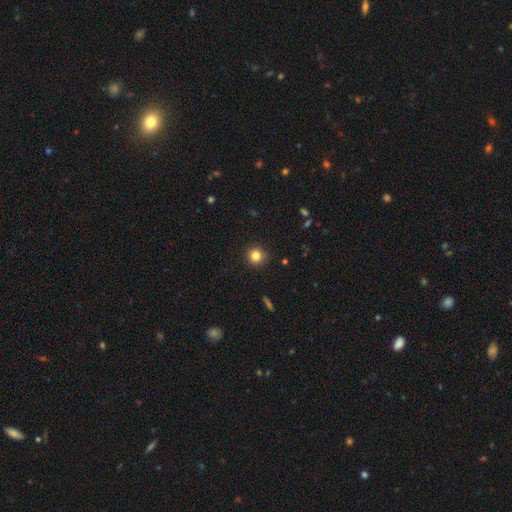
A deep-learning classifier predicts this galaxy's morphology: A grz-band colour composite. It shows a smooth galaxy with no disk features (83%) that is round (94%). Merging: none (91%).